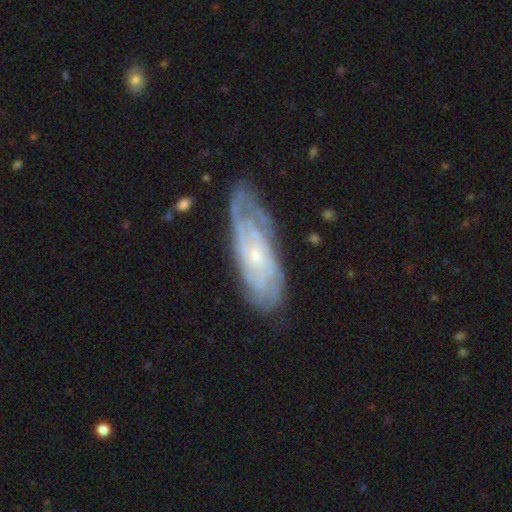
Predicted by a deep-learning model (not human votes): Smooth or featured: featured or disk — 80% (smooth — 14%)
Edge-on disk: no — 87% (yes — 13%)
Bar: no — 70% (weak — 25%)
Spiral arms: yes — 92% (no — 8%)
Spiral winding: tight — 69% (medium — 25%)
Spiral arm count: can't tell — 51% (2 — 16%)
Bulge size: small — 76% (moderate — 18%)
Merging: none — 71% (minor disturbance — 21%)